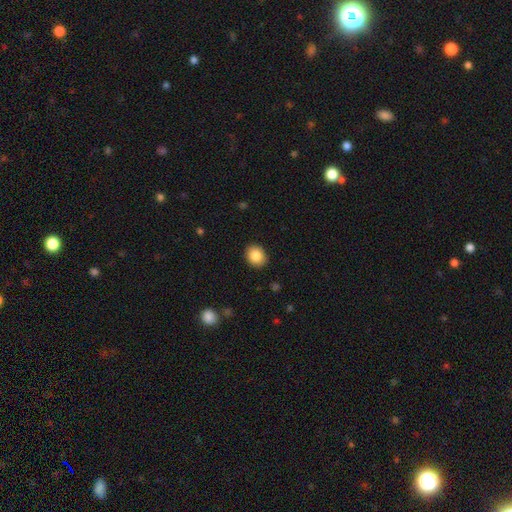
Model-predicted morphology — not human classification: Smooth or featured? Predicted: smooth (p=0.86). How rounded? Predicted: round (p=0.59). Merging? Predicted: none (p=0.90).